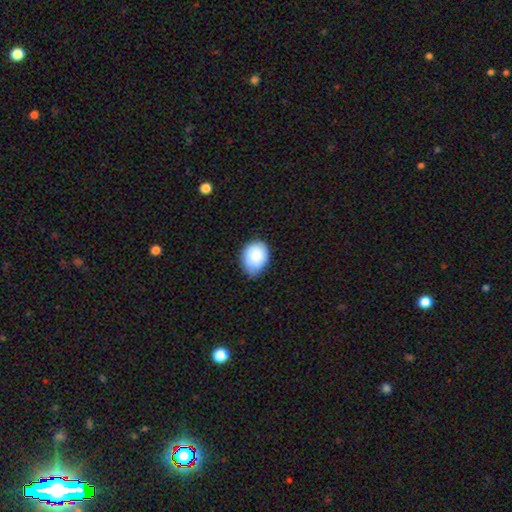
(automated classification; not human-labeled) smooth_or_featured: smooth (p=0.87) [alt: featured or disk p=0.07]
how_rounded: in between (p=0.59) [alt: round p=0.40]
merging: none (p=0.60) [alt: minor disturbance p=0.34]